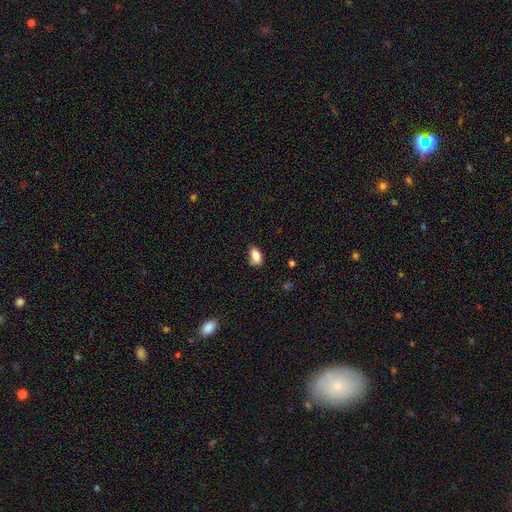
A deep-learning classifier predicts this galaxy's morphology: Smooth or featured: smooth — 83% (featured or disk — 9%)
How rounded: in between — 89% (round — 7%)
Merging: none — 62% (minor disturbance — 28%)